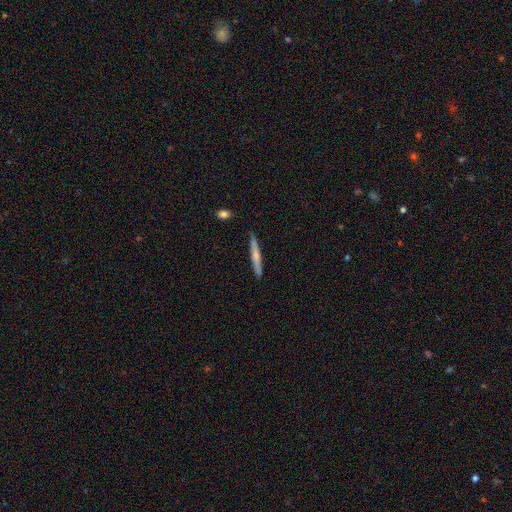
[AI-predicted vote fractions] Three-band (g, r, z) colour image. It shows a smooth galaxy with no disk features (53%) that is cigar-shaped (95%). Merging: none (87%).